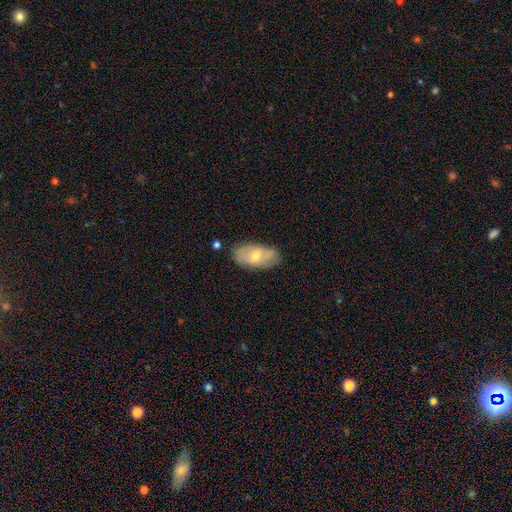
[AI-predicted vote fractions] A smooth galaxy with no disk features (52%) that is in between round and cigar-shaped (91%).

Vote fractions:
- Smooth or featured? smooth: 52% / featured or disk: 41% / star or artifact: 7%
- How rounded? in between: 91% / cigar-shaped: 6% / round: 3%
- Merging? none: 75% / minor disturbance: 18% / major disturbance: 4% / merger: 3%